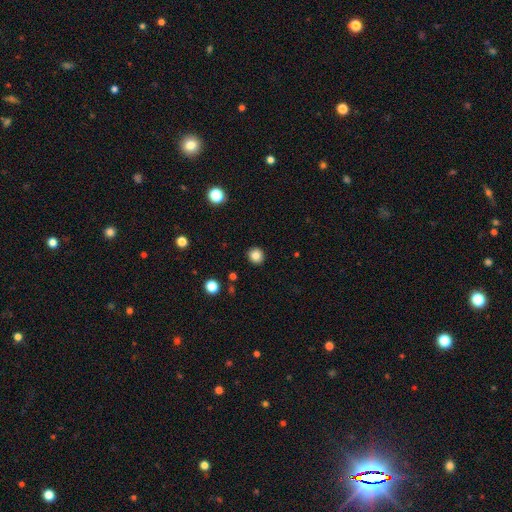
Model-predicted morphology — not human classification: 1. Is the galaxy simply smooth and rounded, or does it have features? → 84% smooth, 11% star or artifact, 5% featured or disk.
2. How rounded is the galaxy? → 90% round, 9% in between, 1% cigar-shaped.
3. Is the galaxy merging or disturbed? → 92% none, 6% minor disturbance, 2% major disturbance, 1% merger.